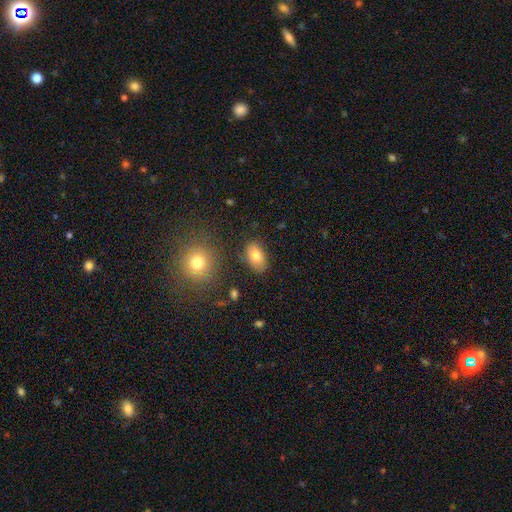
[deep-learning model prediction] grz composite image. It shows a smooth galaxy with no disk features (79%) that is in between round and cigar-shaped (89%). Merging: none (84%).